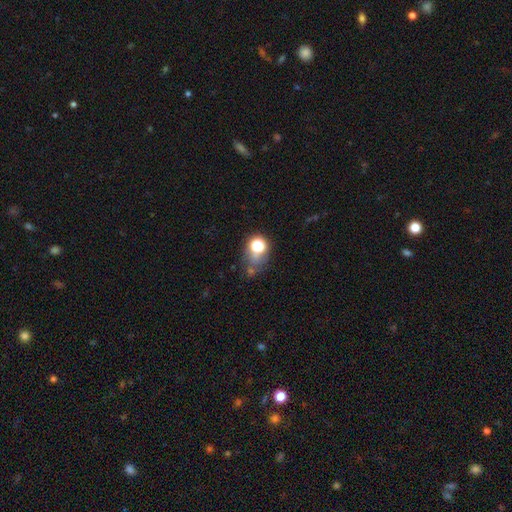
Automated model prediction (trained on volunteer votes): smooth 55%, star or artifact 29%, featured or disk 16%. Down the decision tree: how rounded — round (56%); merging — none (44%).